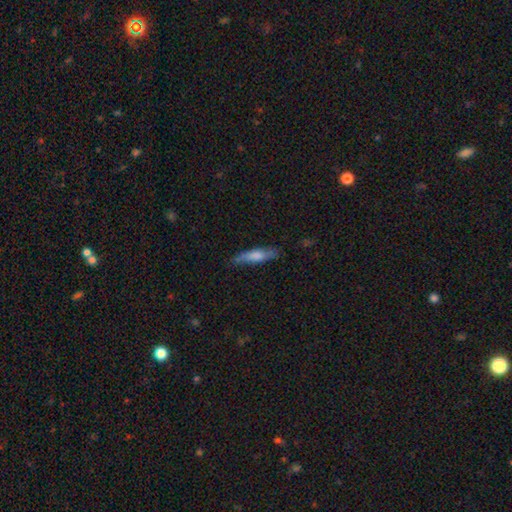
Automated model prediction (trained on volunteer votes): This is likely a smooth galaxy (68%). How rounded: likely cigar-shaped (76%). Merging: likely none (75%).